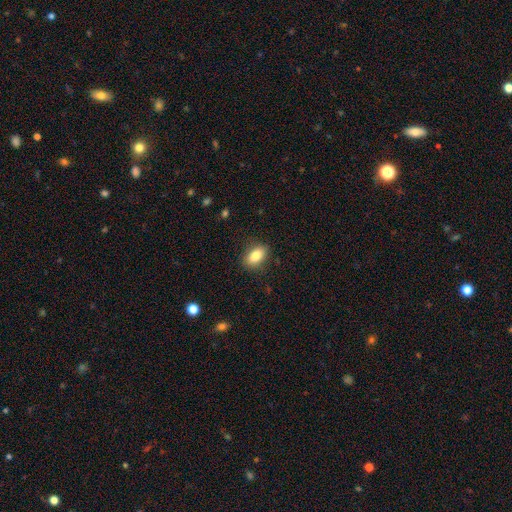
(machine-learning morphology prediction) smooth_or_featured: smooth (p=0.83) [alt: featured or disk p=0.09]
how_rounded: in between (p=0.86) [alt: round p=0.11]
merging: none (p=0.87) [alt: minor disturbance p=0.10]